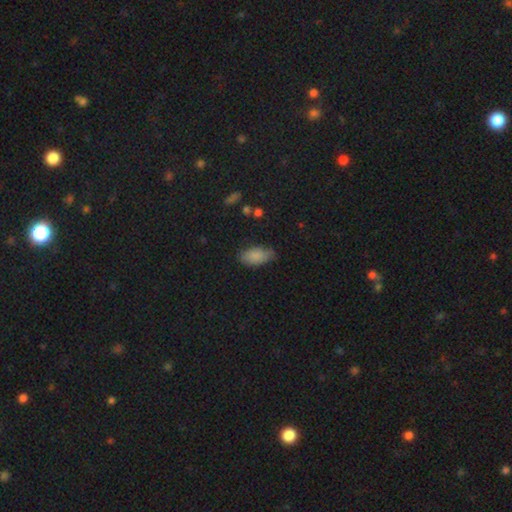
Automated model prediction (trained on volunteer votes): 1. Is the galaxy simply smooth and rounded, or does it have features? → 85% smooth, 8% star or artifact, 7% featured or disk.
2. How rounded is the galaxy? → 92% in between, 5% cigar-shaped, 3% round.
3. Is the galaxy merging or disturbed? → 69% none, 24% minor disturbance, 5% major disturbance, 2% merger.